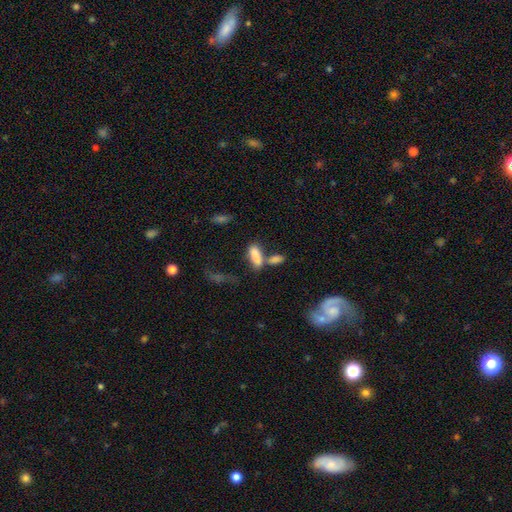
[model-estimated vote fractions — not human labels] smooth 81%, featured or disk 10%, star or artifact 9%. Down the decision tree: how rounded — in between (64%); merging — merger (48%).